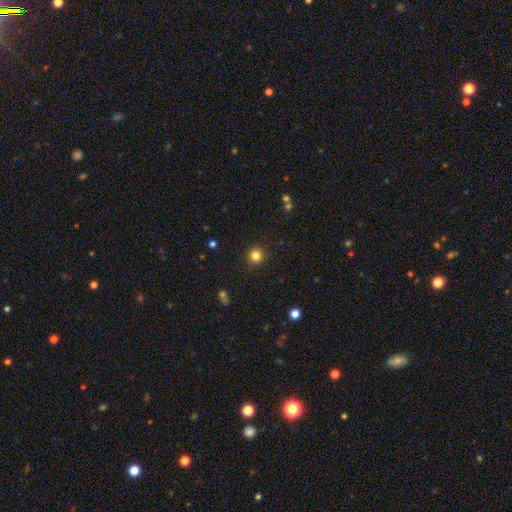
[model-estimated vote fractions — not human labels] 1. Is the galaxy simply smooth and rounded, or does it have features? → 83% smooth, 13% star or artifact, 5% featured or disk.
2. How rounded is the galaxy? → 94% round, 5% in between, 1% cigar-shaped.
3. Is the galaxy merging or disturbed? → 91% none, 6% minor disturbance, 2% major disturbance, 1% merger.